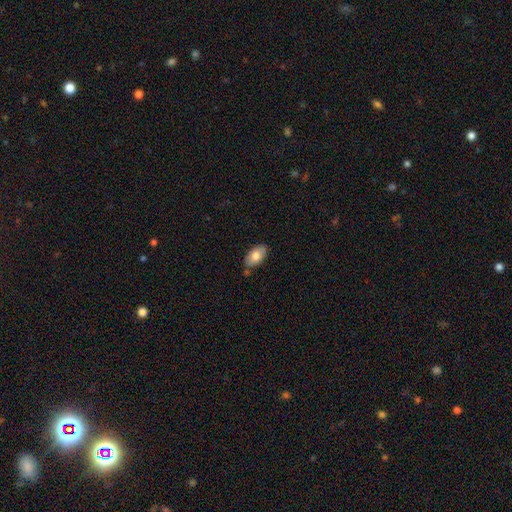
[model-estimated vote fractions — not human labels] This is likely a smooth galaxy (75%). How rounded: clearly in between (94%). Merging: likely none (80%).